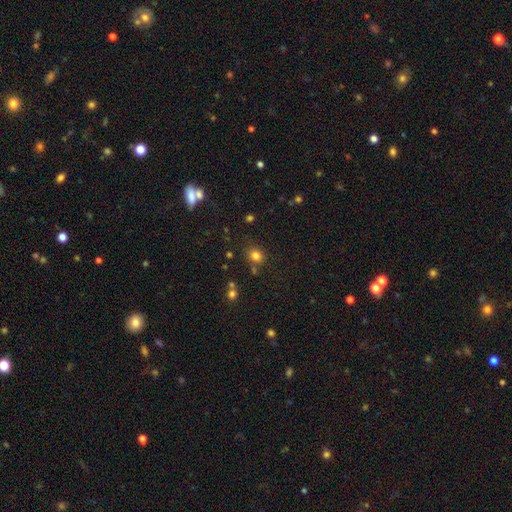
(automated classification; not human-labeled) smooth 80%, star or artifact 15%, featured or disk 6%. Down the decision tree: how rounded — round (71%); merging — none (76%).